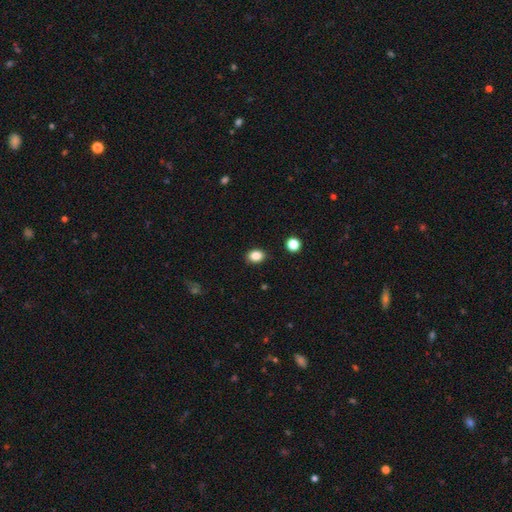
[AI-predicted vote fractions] The model was most divided on "how rounded": in between: 60%, round: 39%, cigar-shaped: 1%. More confident: merging — none (88%); smooth or featured — smooth (86%).